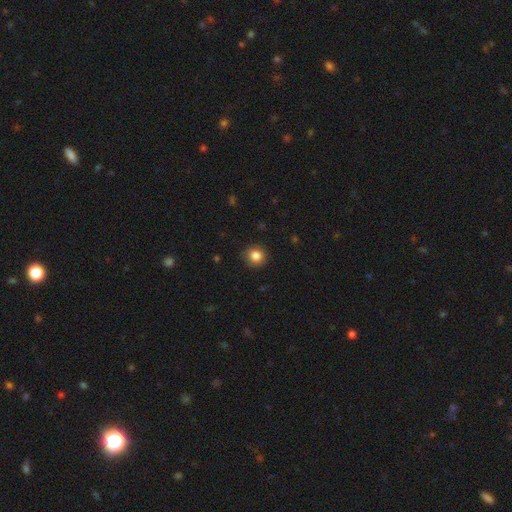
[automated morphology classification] smooth_or_featured: smooth (p=0.84) [alt: star or artifact p=0.10]
how_rounded: round (p=0.91) [alt: in between p=0.08]
merging: none (p=0.88) [alt: minor disturbance p=0.09]